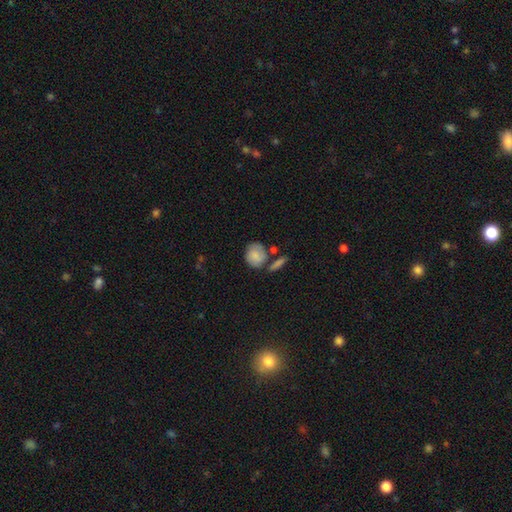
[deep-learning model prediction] Morphology: type=smooth (79%); roundness=round (65%); merging=none (55%).